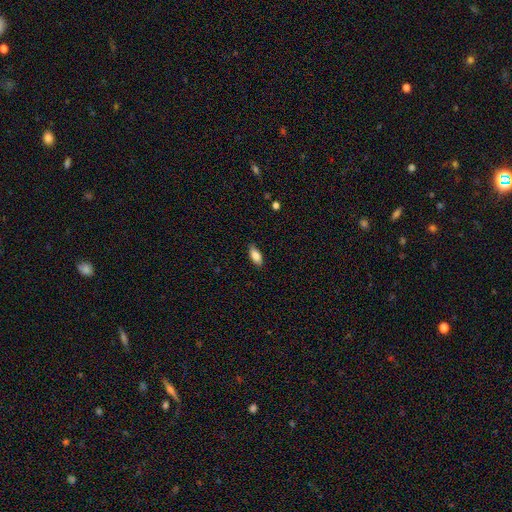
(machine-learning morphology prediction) This is clearly a smooth galaxy (84%). How rounded: clearly in between (86%). Merging: clearly none (84%).